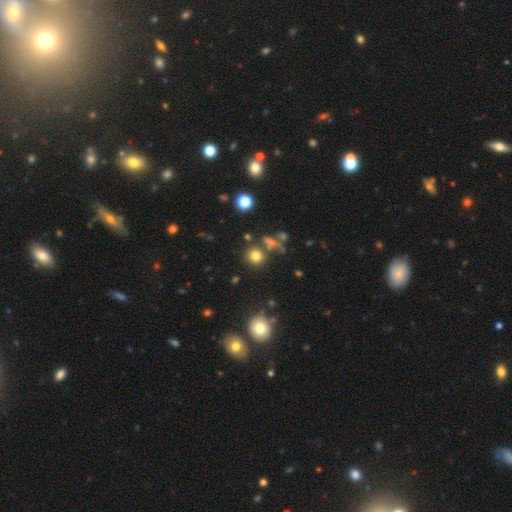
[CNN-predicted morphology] smooth 77%, star or artifact 16%, featured or disk 7%. Down the decision tree: how rounded — round (88%); merging — none (77%).